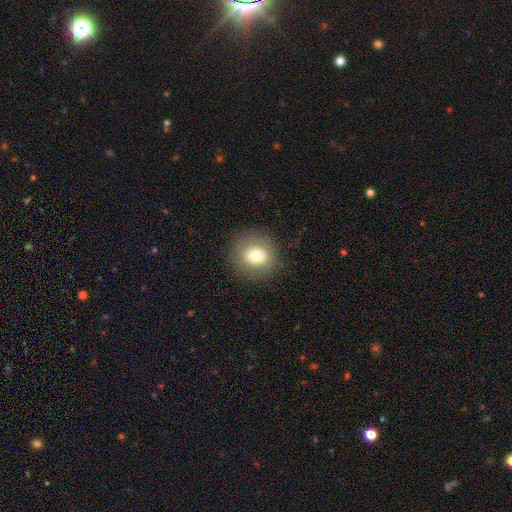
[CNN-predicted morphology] The model was most divided on "smooth or featured": smooth: 74%, featured or disk: 15%, star or artifact: 10%. More confident: merging — none (87%); how rounded — round (84%).